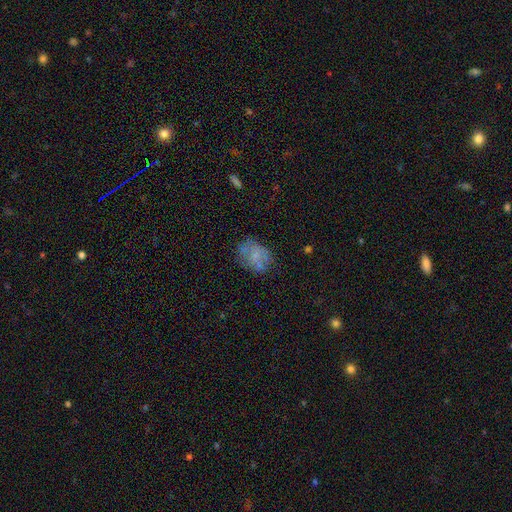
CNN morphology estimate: The model was most divided on "smooth or featured": smooth: 52%, featured or disk: 35%, star or artifact: 13%. More confident: how rounded — in between (63%); merging — none (57%).